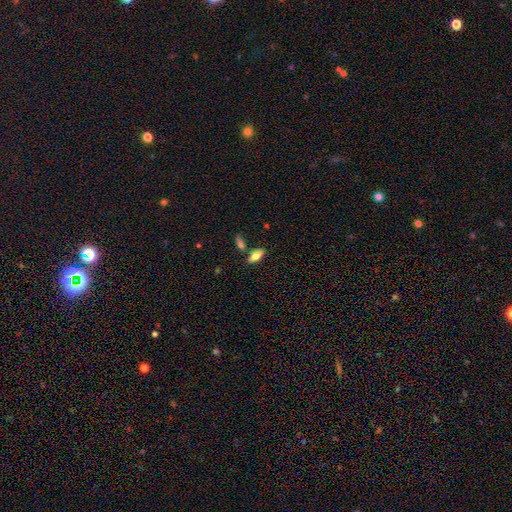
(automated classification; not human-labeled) Smooth or featured?
  - smooth: 72% *
  - featured or disk: 21%
  - star or artifact: 7%
How rounded?
  - in between: 83% *
  - cigar-shaped: 14%
  - round: 3%
Merging?
  - none: 78% *
  - minor disturbance: 11%
  - merger: 9%
  - major disturbance: 3%